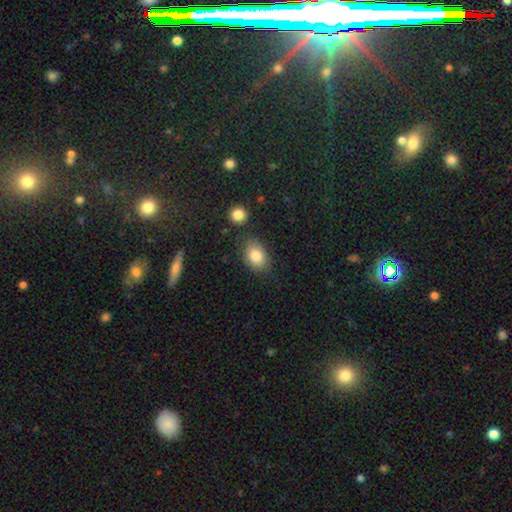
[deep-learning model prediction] Smooth or featured? Predicted: smooth (p=0.84). How rounded? Predicted: in between (p=0.78). Merging? Predicted: none (p=0.75).